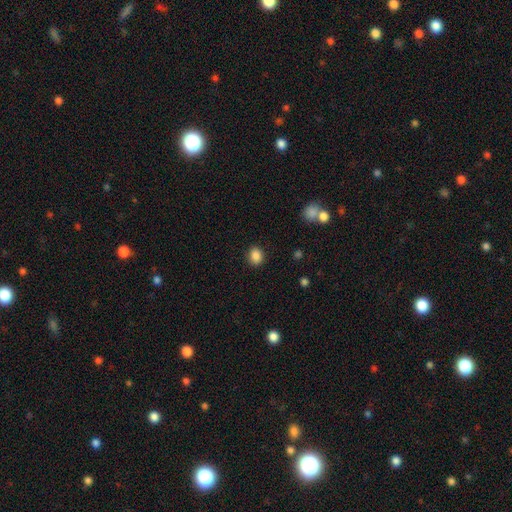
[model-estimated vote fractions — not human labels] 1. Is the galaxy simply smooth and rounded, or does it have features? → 87% smooth, 10% star or artifact, 3% featured or disk.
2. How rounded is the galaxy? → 58% round, 41% in between, 1% cigar-shaped.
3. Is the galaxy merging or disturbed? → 88% none, 8% minor disturbance, 3% major disturbance, 1% merger.